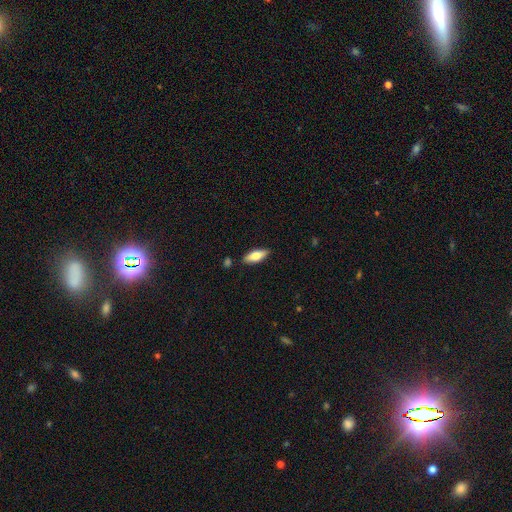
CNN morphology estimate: Smooth or featured? Predicted: smooth (p=0.73). How rounded? Predicted: in between (p=0.71). Merging? Predicted: none (p=0.85).